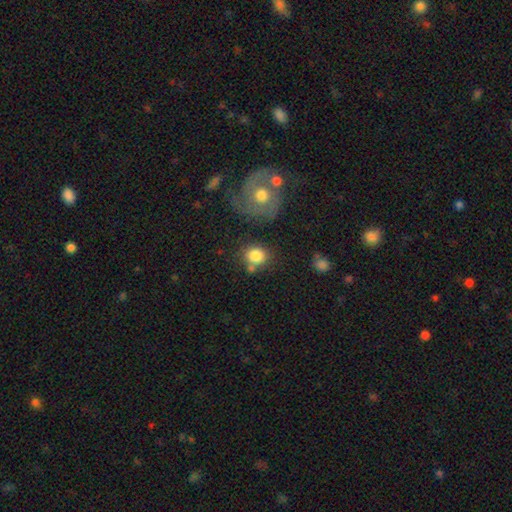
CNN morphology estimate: Smooth or featured? Predicted: smooth (p=0.83). How rounded? Predicted: round (p=0.77). Merging? Predicted: none (p=0.64).